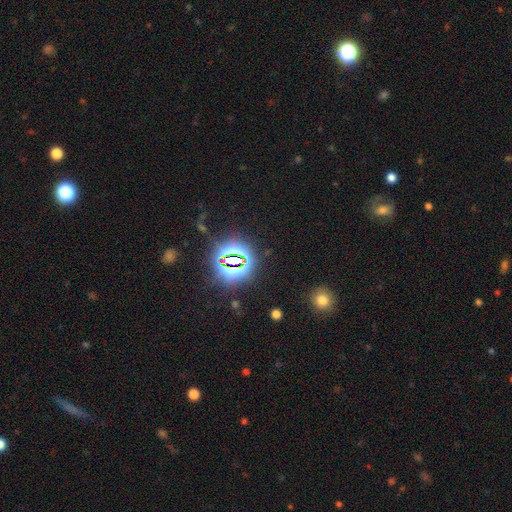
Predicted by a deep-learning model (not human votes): Q: Smooth or featured?
A: star or artifact (82%); runner-up: smooth (11%)